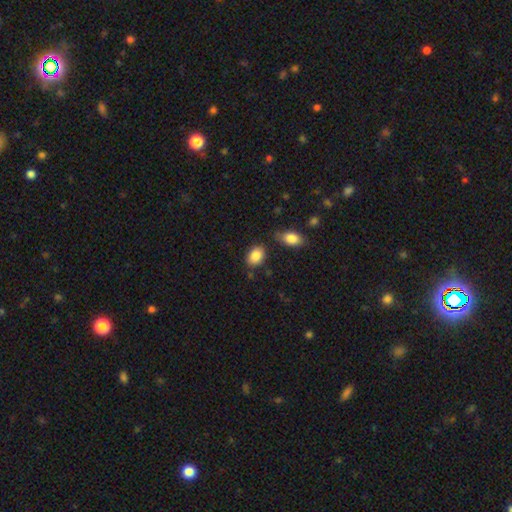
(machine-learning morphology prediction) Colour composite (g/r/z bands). It shows a smooth galaxy with no disk features (87%) that is in between round and cigar-shaped (77%). Merging: none (76%).